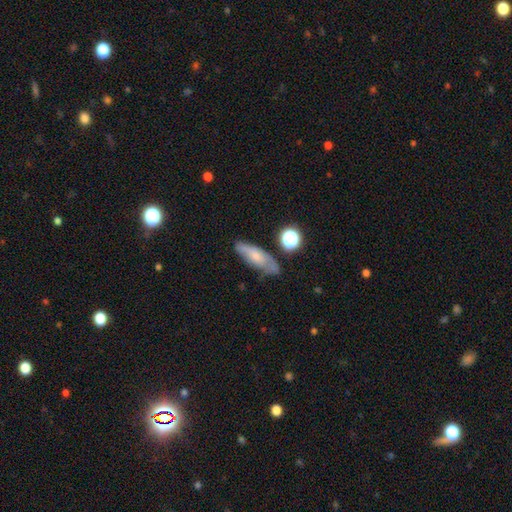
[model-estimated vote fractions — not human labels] This is possibly a smooth galaxy (60%). How rounded: possibly in between (58%). Merging: likely none (67%).